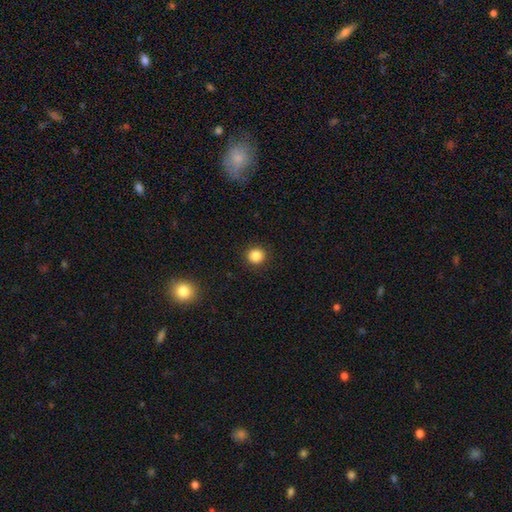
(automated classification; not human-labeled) Smooth or featured?
  - smooth: 86% *
  - star or artifact: 11%
  - featured or disk: 4%
How rounded?
  - round: 92% *
  - in between: 7%
  - cigar-shaped: 1%
Merging?
  - none: 92% *
  - minor disturbance: 5%
  - major disturbance: 2%
  - merger: 1%